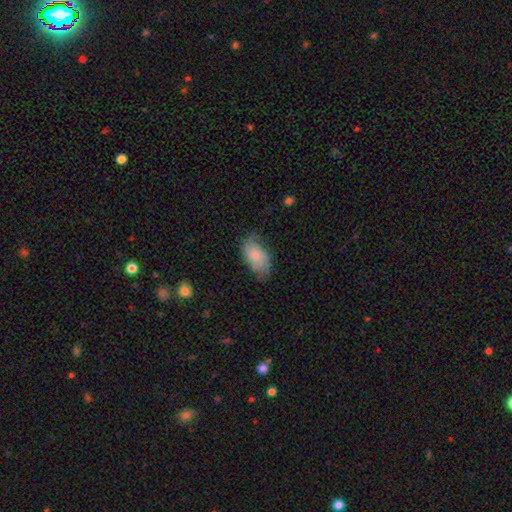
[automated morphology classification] type=smooth (64%); roundness=in between (93%); merging=none (59%).